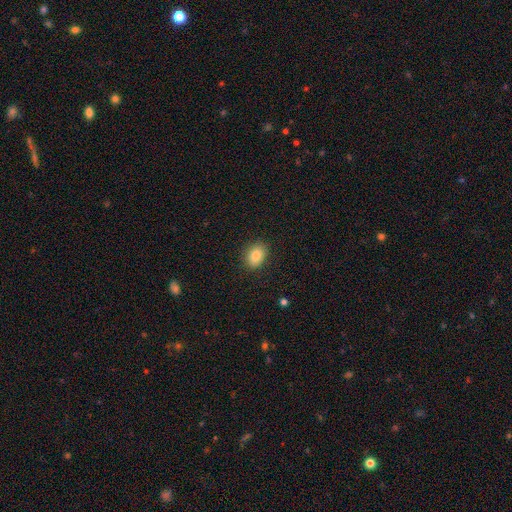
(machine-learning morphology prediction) type=smooth (86%); roundness=in between (70%); merging=none (87%).